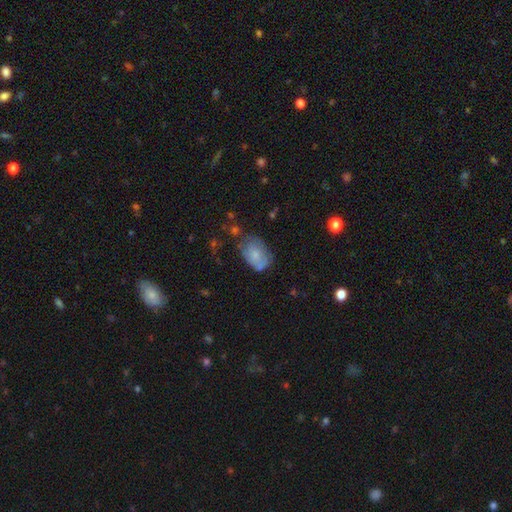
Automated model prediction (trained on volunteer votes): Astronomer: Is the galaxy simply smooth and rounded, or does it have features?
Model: smooth — 65%.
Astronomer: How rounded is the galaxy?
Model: in between — 85%.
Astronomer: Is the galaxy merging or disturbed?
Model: none — 46% (runner-up: minor disturbance, 33%).